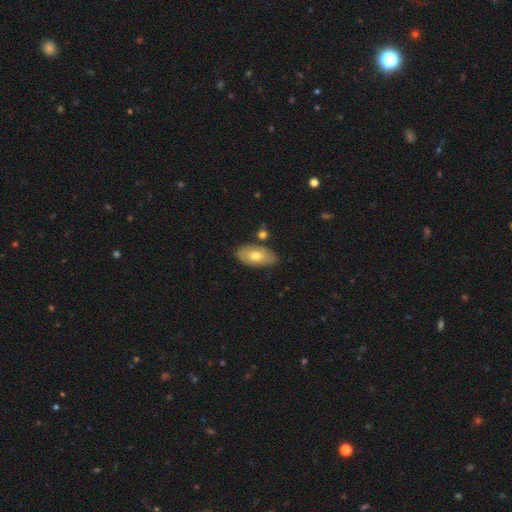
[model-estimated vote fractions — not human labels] Morphology: type=smooth (67%); roundness=in between (93%); merging=none (78%).